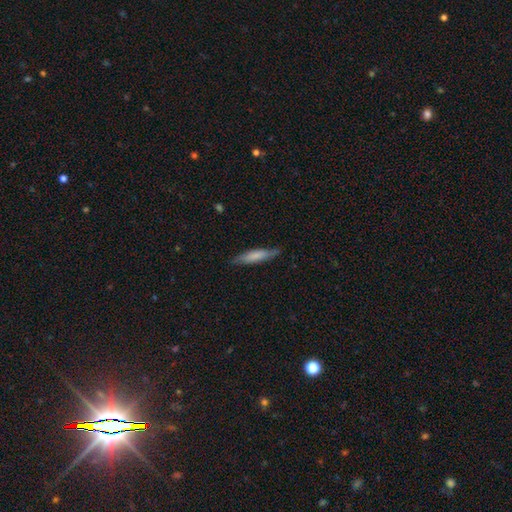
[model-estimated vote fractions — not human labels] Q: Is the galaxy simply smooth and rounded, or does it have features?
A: smooth — 67%.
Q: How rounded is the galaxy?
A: cigar-shaped — 83%.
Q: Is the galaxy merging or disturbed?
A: none — 81%.